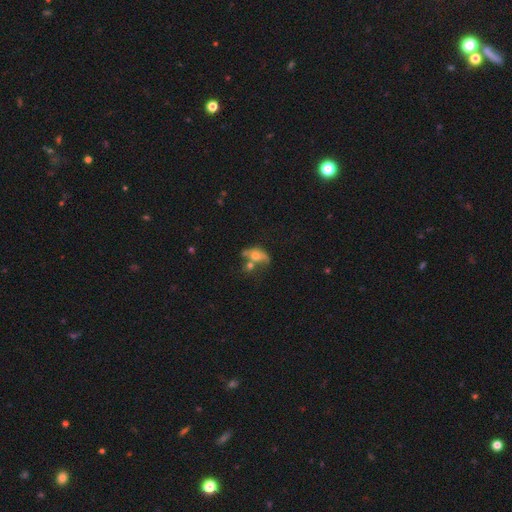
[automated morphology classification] Smooth or featured? Predicted: smooth (p=0.50). Merging? Predicted: merger (p=0.40).